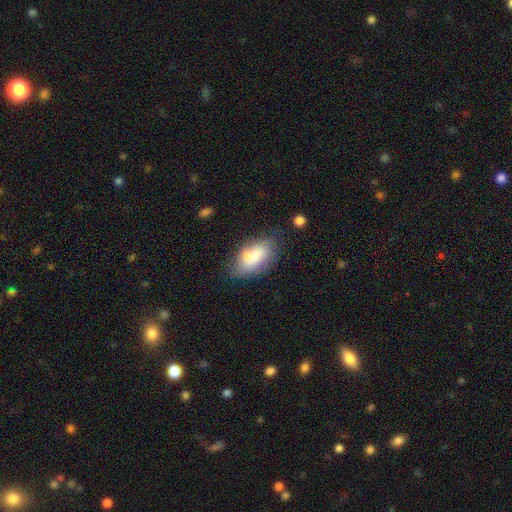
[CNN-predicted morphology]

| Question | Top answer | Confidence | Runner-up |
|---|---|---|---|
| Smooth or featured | smooth | 72% | featured or disk (19%) |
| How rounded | in between | 92% | round (5%) |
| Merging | none | 52% | minor disturbance (25%) |